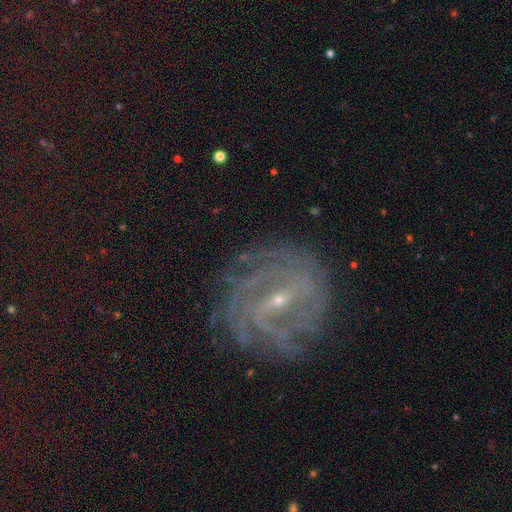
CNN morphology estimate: A featured or disk galaxy (71%) with a weak bar (46%), tight (68%) spiral arms (93%) and a small central bulge (75%). Merging: none (81%).